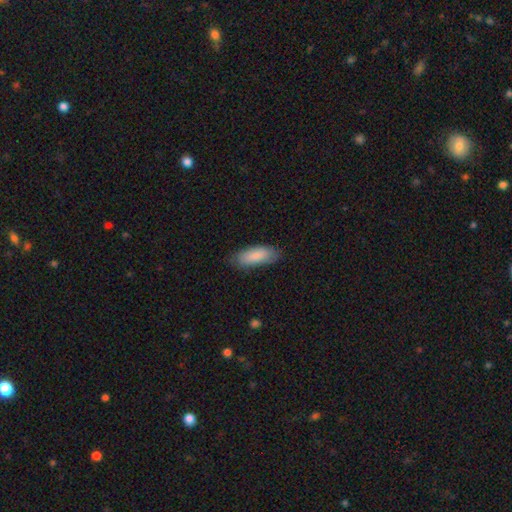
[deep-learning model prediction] Smooth or featured?
  - smooth: 87% *
  - featured or disk: 7%
  - star or artifact: 5%
How rounded?
  - in between: 72% *
  - cigar-shaped: 26%
  - round: 2%
Merging?
  - none: 81% *
  - minor disturbance: 15%
  - major disturbance: 3%
  - merger: 1%